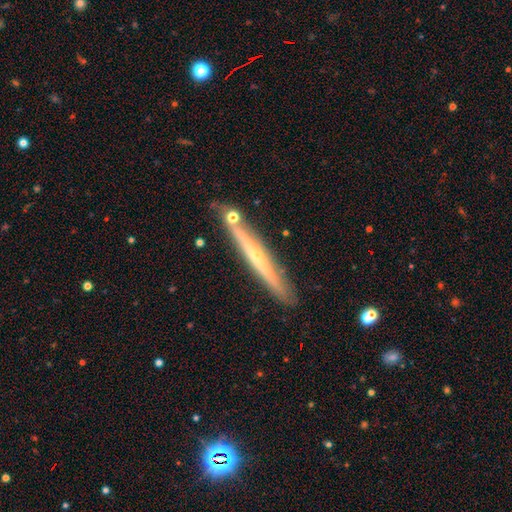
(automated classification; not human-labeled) Smooth or featured? featured or disk (69%)
Edge-on disk? yes (94%)
Edge-on bulge? rounded (61%)
Merging? none (80%)